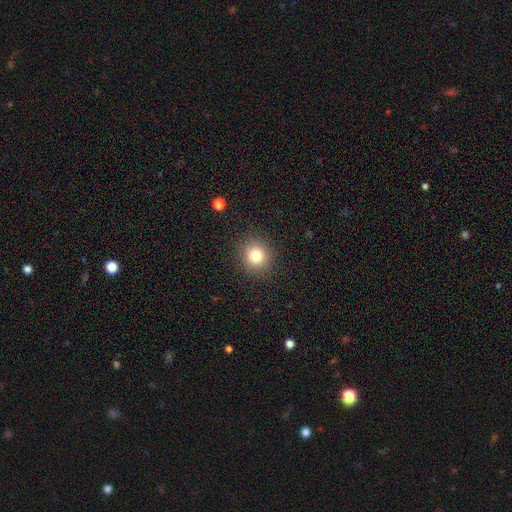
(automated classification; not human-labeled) smooth-or-featured: smooth: 79% | star or artifact: 13% | featured or disk: 8%
  how-rounded: round: 90% | in between: 9% | cigar-shaped: 1%
  merging: none: 90% | minor disturbance: 6% | major disturbance: 3% | merger: 1%